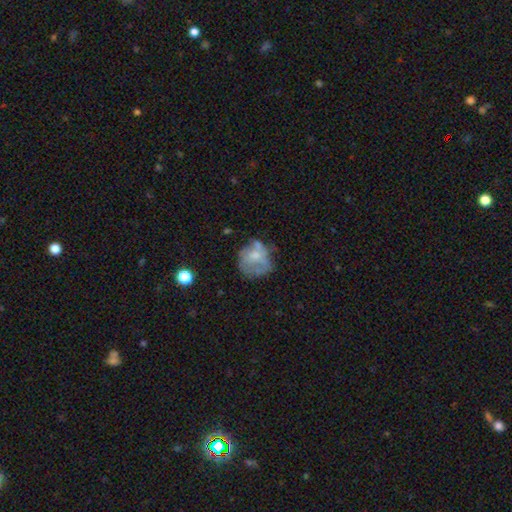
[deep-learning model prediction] This is possibly a smooth galaxy (47%). Merging: possibly none (48%).